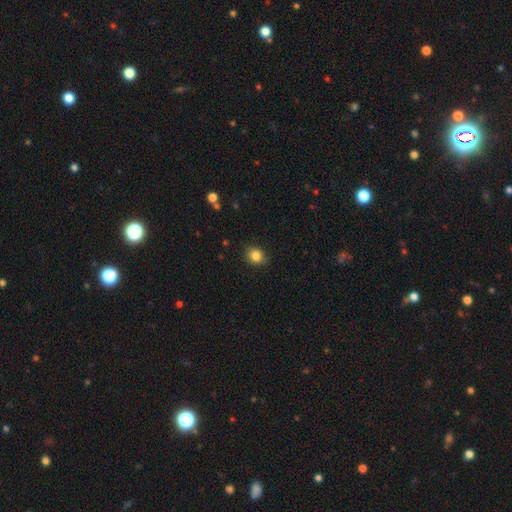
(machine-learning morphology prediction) A smooth galaxy with no disk features (85%) that is round (65%). Merging: none (88%).